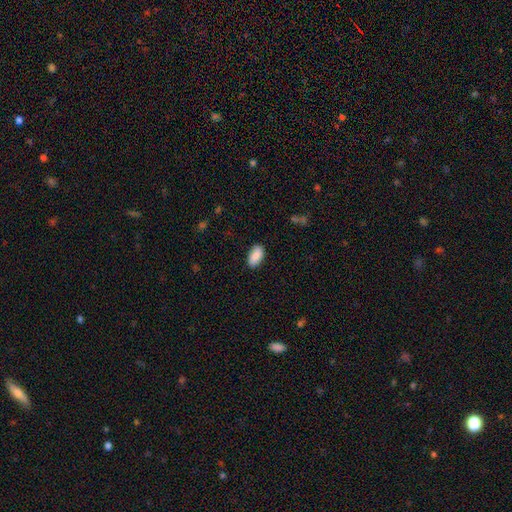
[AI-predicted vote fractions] A smooth galaxy with no disk features (84%) that is in between round and cigar-shaped (94%). Merging: none (85%).